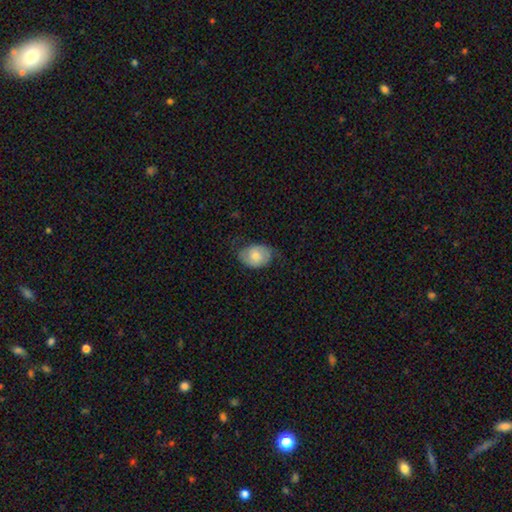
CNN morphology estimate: This is possibly a smooth galaxy (56%). How rounded: likely in between (69%). Merging: likely none (62%).